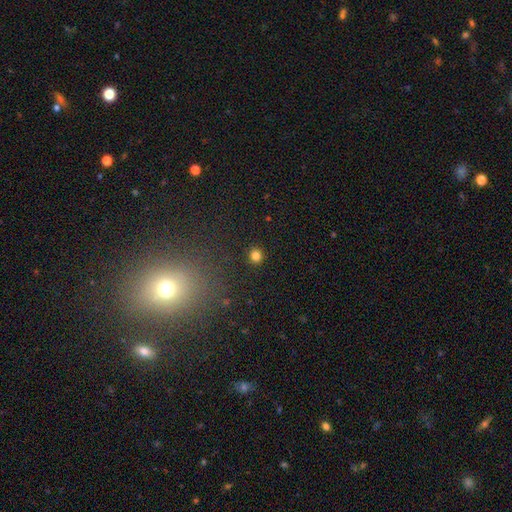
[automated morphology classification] Smooth or featured? Predicted: smooth (p=0.81). How rounded? Predicted: round (p=0.89). Merging? Predicted: none (p=0.91).